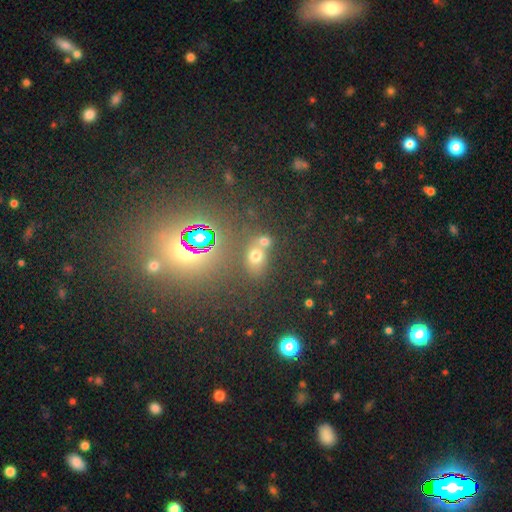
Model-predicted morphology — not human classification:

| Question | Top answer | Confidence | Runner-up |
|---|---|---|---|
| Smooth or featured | smooth | 57% | star or artifact (31%) |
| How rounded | round | 49% | tied: in between (49%) |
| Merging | none | 47% | merger (38%) |